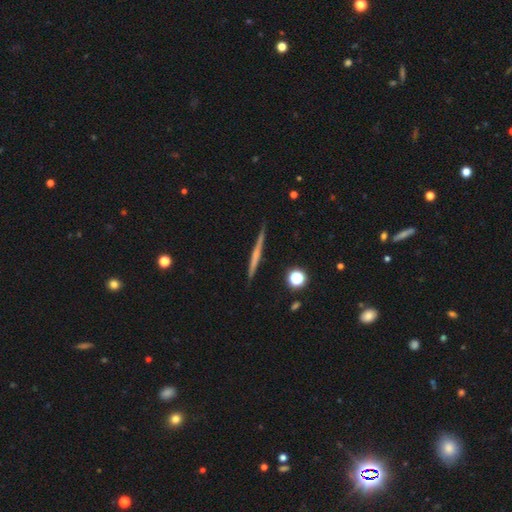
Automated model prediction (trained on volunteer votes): Smooth or featured: featured or disk — 56% (smooth — 38%)
Edge-on disk: yes — 98% (no — 2%)
Edge-on bulge: none — 79% (rounded — 15%)
Merging: none — 91% (minor disturbance — 7%)